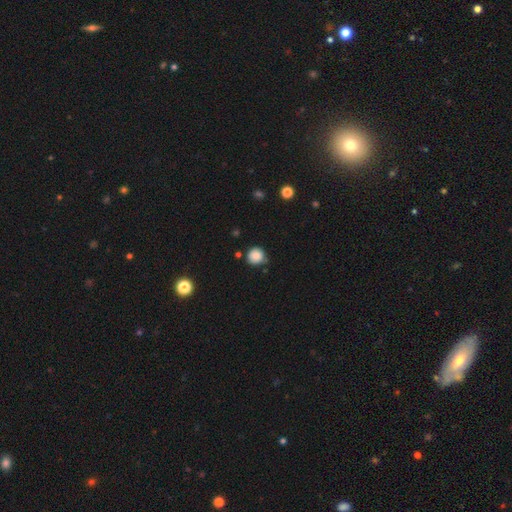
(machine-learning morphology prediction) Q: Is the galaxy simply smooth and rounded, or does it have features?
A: smooth — 86%.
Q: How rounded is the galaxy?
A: round — 93%.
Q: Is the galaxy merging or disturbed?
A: none — 78%.